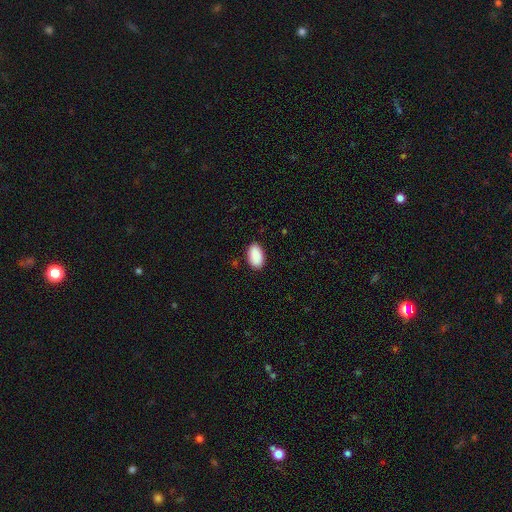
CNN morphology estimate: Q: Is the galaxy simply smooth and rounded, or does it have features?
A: smooth — 91%.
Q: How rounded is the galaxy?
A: in between — 95%.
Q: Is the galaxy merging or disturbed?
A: none — 87%.